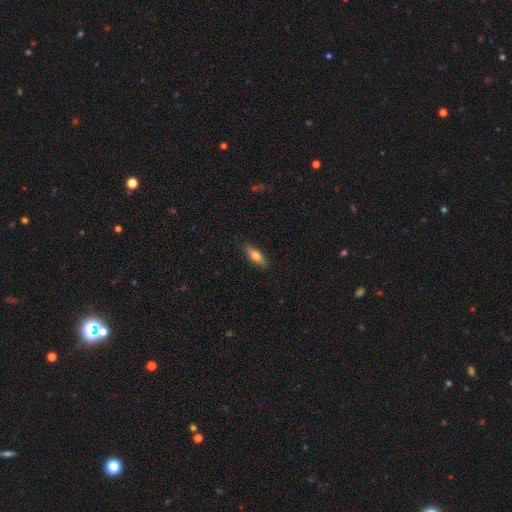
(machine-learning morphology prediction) A smooth galaxy with no disk features (66%) that is in between round and cigar-shaped (52%).

Vote fractions:
- Smooth or featured? smooth: 66% / featured or disk: 27% / star or artifact: 7%
- How rounded? in between: 52% / cigar-shaped: 45% / round: 3%
- Merging? none: 87% / minor disturbance: 10% / major disturbance: 2% / merger: 1%